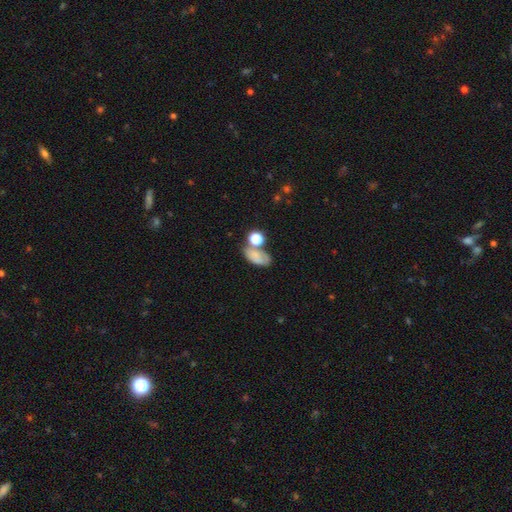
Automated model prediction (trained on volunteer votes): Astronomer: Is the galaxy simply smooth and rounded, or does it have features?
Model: smooth — 71%.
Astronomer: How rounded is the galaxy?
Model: in between — 84%.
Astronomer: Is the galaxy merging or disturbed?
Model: none — 43% (runner-up: merger, 28%).